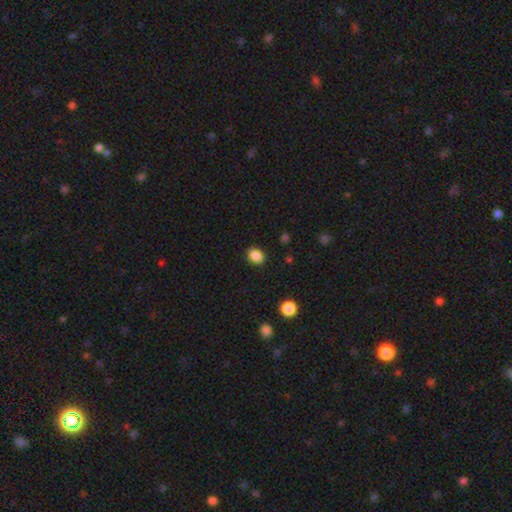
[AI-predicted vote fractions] Smooth or featured? Predicted: smooth (p=0.87). How rounded? Predicted: round (p=0.51). Merging? Predicted: none (p=0.89).